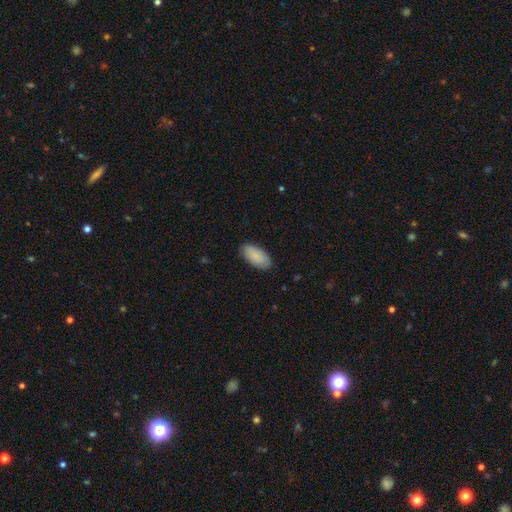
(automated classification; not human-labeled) smooth_or_featured: smooth (p=0.84) [alt: featured or disk p=0.10]
how_rounded: in between (p=0.95) [alt: cigar-shaped p=0.03]
merging: none (p=0.84) [alt: minor disturbance p=0.13]